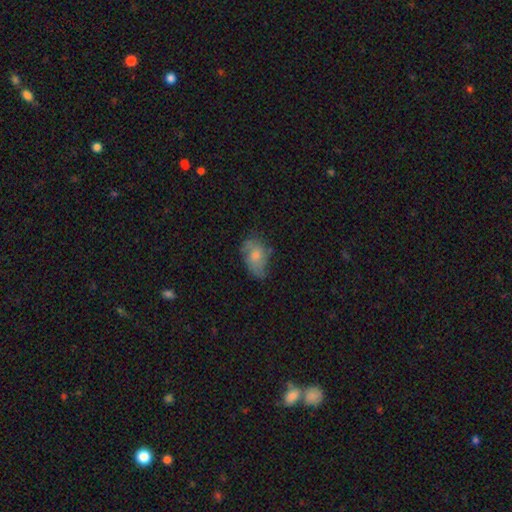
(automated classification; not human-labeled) This is possibly a smooth galaxy (59%). How rounded: clearly in between (88%). Merging: possibly none (47%).